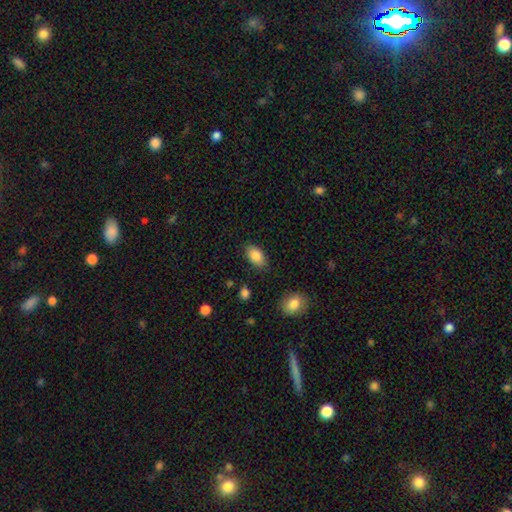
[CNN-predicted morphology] smooth 85%, star or artifact 8%, featured or disk 7%. Down the decision tree: how rounded — in between (92%); merging — none (84%).